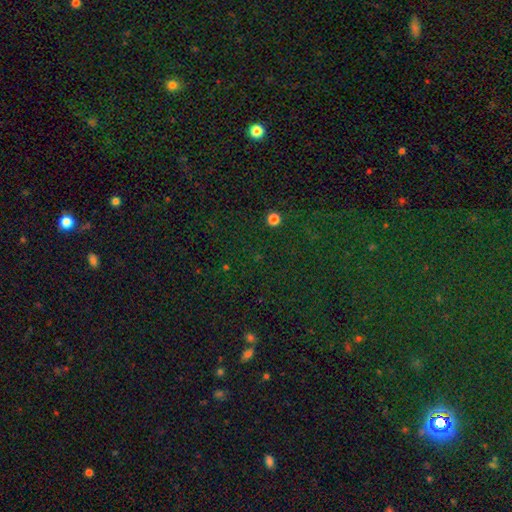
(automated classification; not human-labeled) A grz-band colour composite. It shows a star or artifact, not a galaxy (79%).